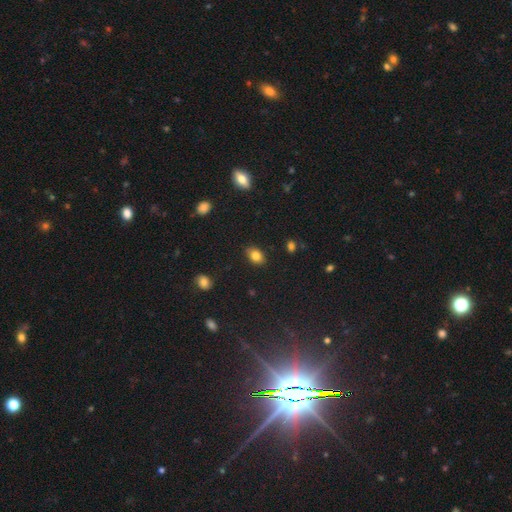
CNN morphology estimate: Smooth or featured?
  - smooth: 81% *
  - star or artifact: 10%
  - featured or disk: 9%
How rounded?
  - in between: 80% *
  - round: 19%
  - cigar-shaped: 2%
Merging?
  - none: 83% *
  - minor disturbance: 13%
  - major disturbance: 2%
  - merger: 1%